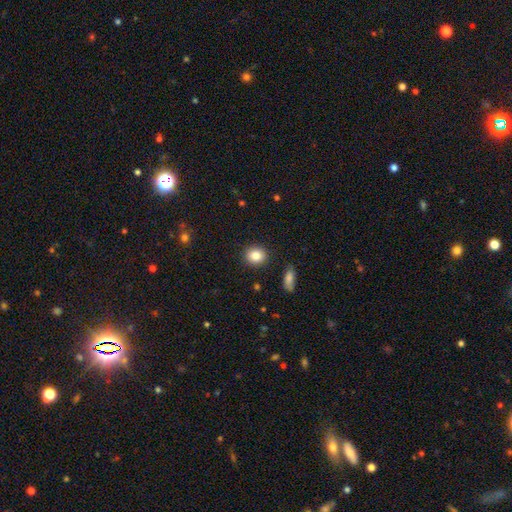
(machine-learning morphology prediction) Smooth or featured? Predicted: smooth (p=0.85). How rounded? Predicted: round (p=0.80). Merging? Predicted: none (p=0.90).